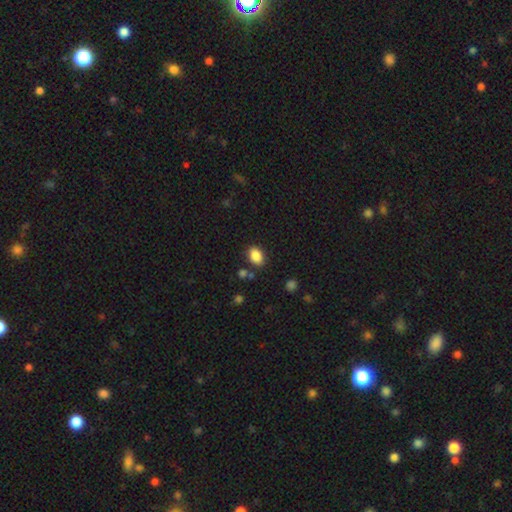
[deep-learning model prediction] Smooth or featured? smooth (87%)
How rounded? in between (83%)
Merging? none (83%)